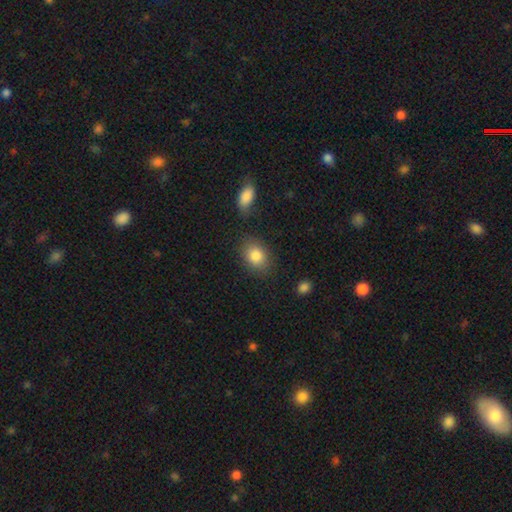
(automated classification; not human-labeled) smooth-or-featured: smooth: 84% | star or artifact: 8% | featured or disk: 8%
  how-rounded: in between: 67% | round: 32% | cigar-shaped: 1%
  merging: none: 78% | minor disturbance: 13% | major disturbance: 4% | merger: 4%